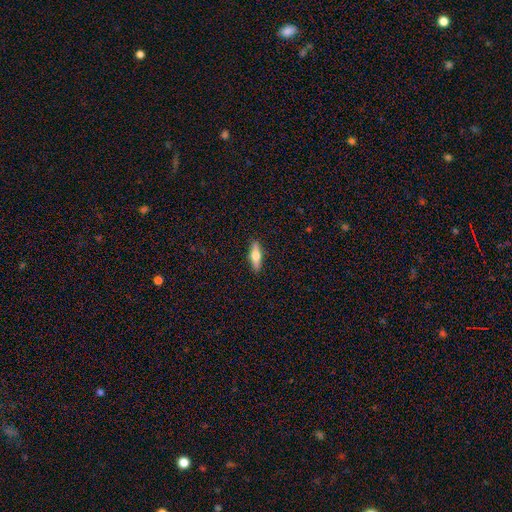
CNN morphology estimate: Q: Smooth or featured?
A: smooth (54%); runner-up: featured or disk (40%)
Q: How rounded?
A: cigar-shaped (57%); runner-up: in between (40%)
Q: Merging?
A: none (90%); runner-up: minor disturbance (7%)